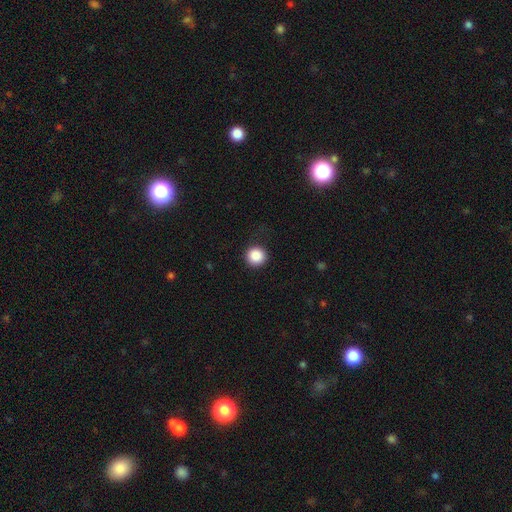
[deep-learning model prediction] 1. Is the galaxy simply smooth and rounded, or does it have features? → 88% smooth, 9% star or artifact, 3% featured or disk.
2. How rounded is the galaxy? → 95% round, 4% in between, 1% cigar-shaped.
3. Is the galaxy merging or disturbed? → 87% none, 9% minor disturbance, 3% major disturbance, 1% merger.